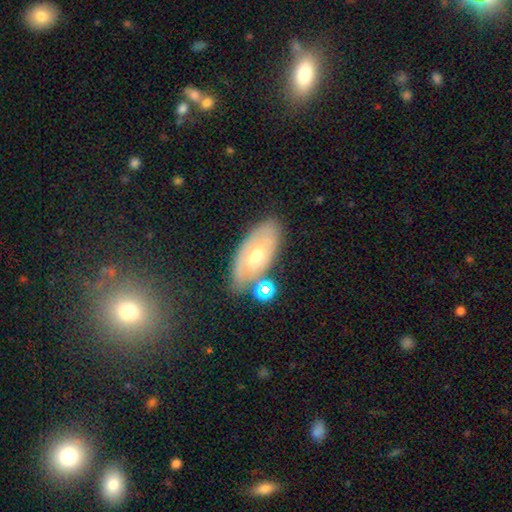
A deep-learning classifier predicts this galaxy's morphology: Smooth or featured? Predicted: featured or disk (p=0.54). Edge-on disk? Predicted: no (p=0.84). Merging? Predicted: none (p=0.65).